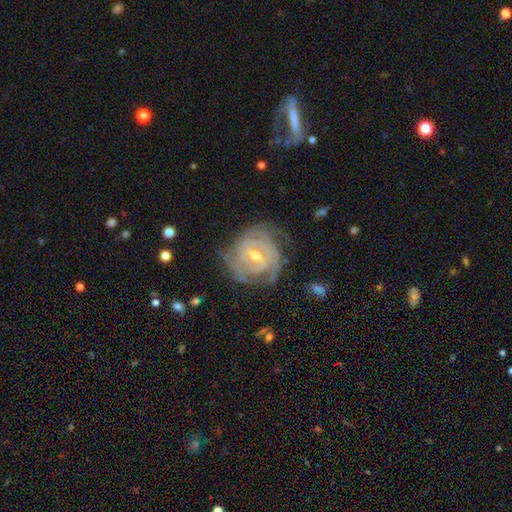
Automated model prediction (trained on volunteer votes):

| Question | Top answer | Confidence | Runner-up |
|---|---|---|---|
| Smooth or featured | featured or disk | 89% | smooth (6%) |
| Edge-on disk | no | 97% | yes (3%) |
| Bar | weak | 54% | strong (30%) |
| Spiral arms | yes | 96% | no (4%) |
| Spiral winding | tight | 77% | medium (19%) |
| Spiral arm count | can't tell | 27% | tied: 2 (27%) |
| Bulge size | small | 50% | moderate (47%) |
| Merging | none | 70% | minor disturbance (20%) |